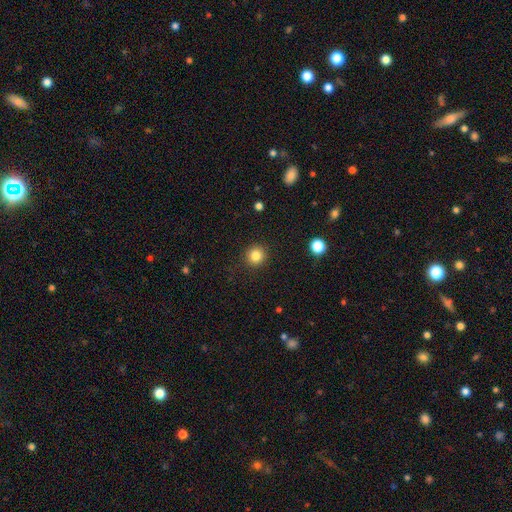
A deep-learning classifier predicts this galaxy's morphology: This appears to be a smooth galaxy with no disk features (83%) that is round (93%). Merging: none (91%).